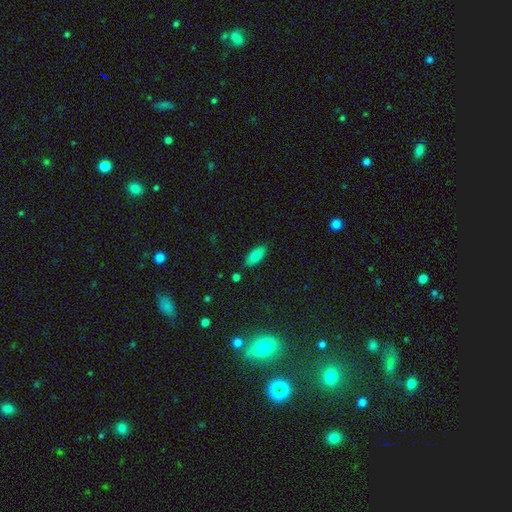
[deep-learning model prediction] The model was most divided on "how rounded": in between: 85%, cigar-shaped: 13%, round: 2%. More confident: merging — none (85%); smooth or featured — smooth (83%).